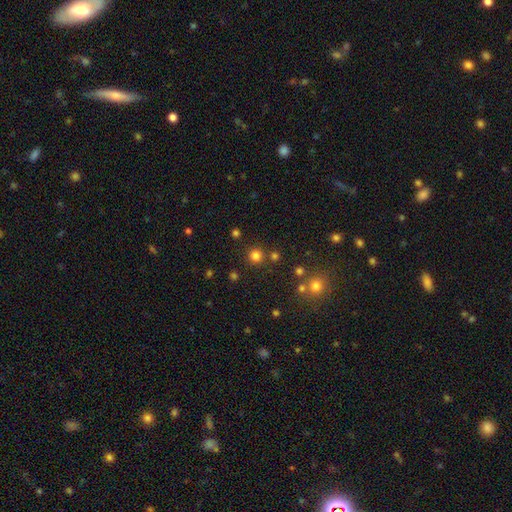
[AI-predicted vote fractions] Q: Smooth or featured?
A: smooth (79%); runner-up: star or artifact (17%)
Q: How rounded?
A: round (95%); runner-up: in between (4%)
Q: Merging?
A: none (86%); runner-up: minor disturbance (6%)